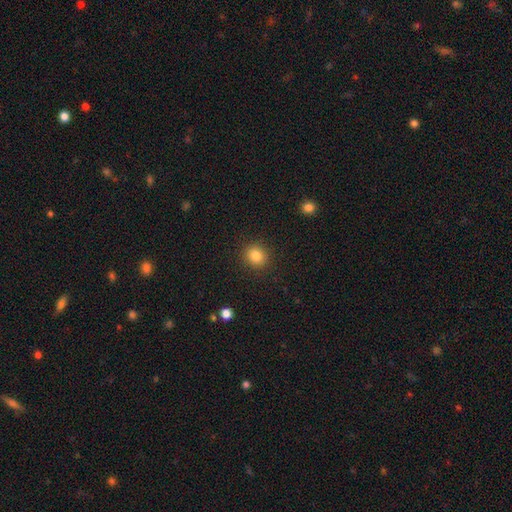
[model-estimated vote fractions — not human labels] Smooth or featured? Predicted: smooth (p=0.83). How rounded? Predicted: round (p=0.86). Merging? Predicted: none (p=0.91).